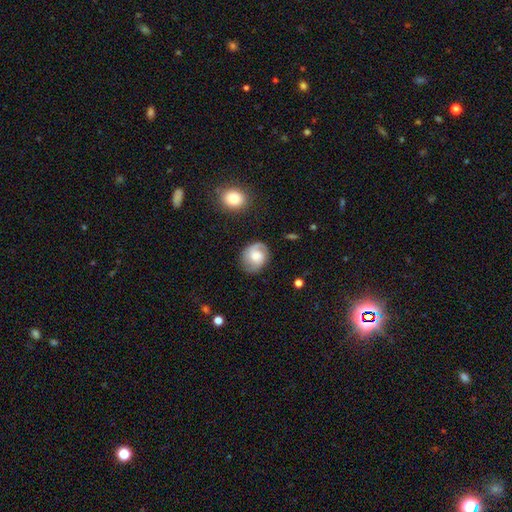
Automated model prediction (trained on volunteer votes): smooth_or_featured: featured or disk (p=0.56) [alt: smooth p=0.36]
disk_edge_on: no (p=0.97) [alt: yes p=0.03]
bar: no (p=0.59) [alt: weak p=0.35]
has_spiral_arms: yes (p=0.90) [alt: no p=0.10]
bulge_size: moderate (p=0.48) [alt: small p=0.25]
merging: none (p=0.73) [alt: minor disturbance p=0.18]